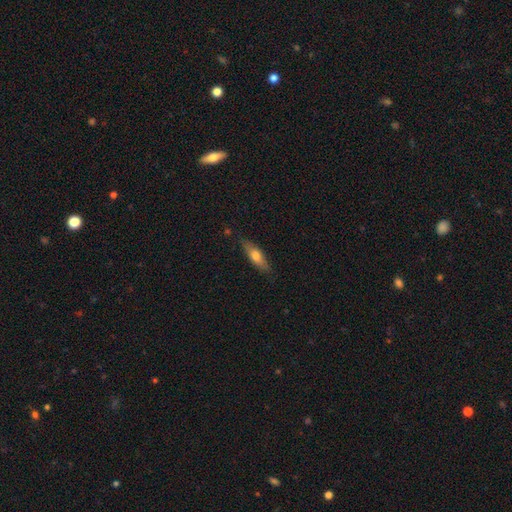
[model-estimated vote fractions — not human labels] smooth-or-featured: smooth: 66% | featured or disk: 27% | star or artifact: 6%
  how-rounded: in between: 50% | cigar-shaped: 48% | round: 2%
  merging: none: 81% | minor disturbance: 15% | major disturbance: 3% | merger: 1%